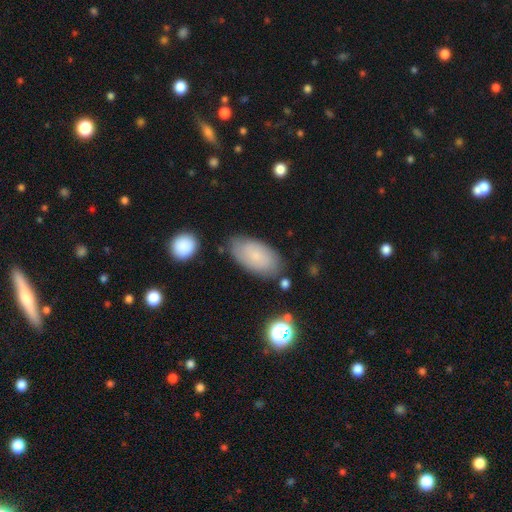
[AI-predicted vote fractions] Q: Smooth or featured?
A: smooth (67%); runner-up: featured or disk (24%)
Q: How rounded?
A: in between (94%); runner-up: round (3%)
Q: Merging?
A: none (74%); runner-up: minor disturbance (18%)